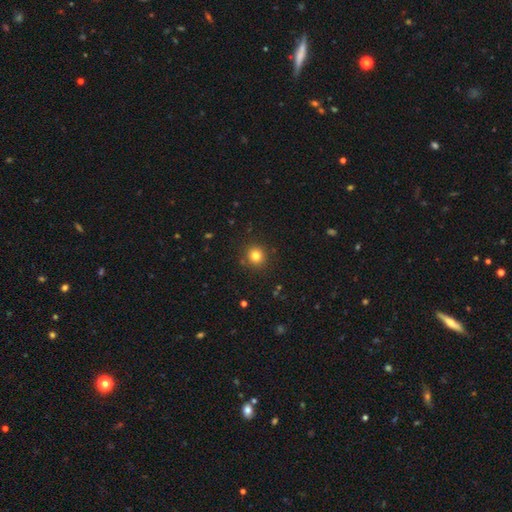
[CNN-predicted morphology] Smooth or featured?
  - smooth: 80% *
  - star or artifact: 13%
  - featured or disk: 6%
How rounded?
  - round: 93% *
  - in between: 6%
  - cigar-shaped: 1%
Merging?
  - none: 89% *
  - minor disturbance: 6%
  - major disturbance: 2%
  - merger: 2%